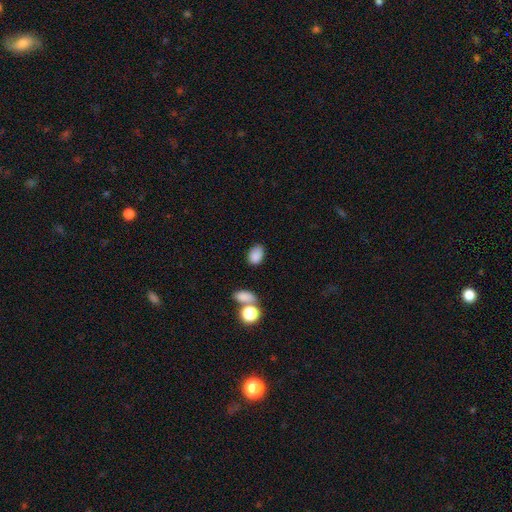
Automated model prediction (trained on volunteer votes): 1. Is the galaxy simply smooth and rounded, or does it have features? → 85% smooth, 10% star or artifact, 5% featured or disk.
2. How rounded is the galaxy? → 83% in between, 16% round, 1% cigar-shaped.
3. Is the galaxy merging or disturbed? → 73% none, 15% minor disturbance, 7% merger, 5% major disturbance.